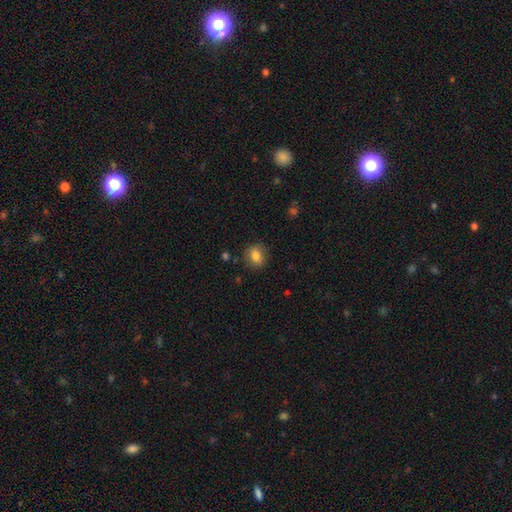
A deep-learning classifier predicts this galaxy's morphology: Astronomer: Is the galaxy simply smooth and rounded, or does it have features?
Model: smooth — 81%.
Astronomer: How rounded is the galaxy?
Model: round — 59% (runner-up: in between, 40%).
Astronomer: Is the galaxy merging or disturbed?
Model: none — 84%.